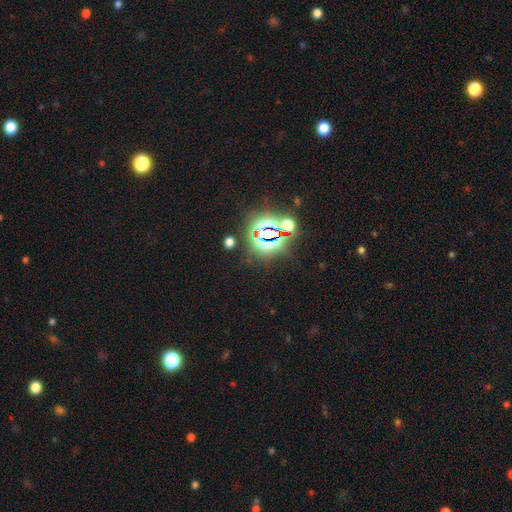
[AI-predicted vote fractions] Morphology: type=star or artifact (82%).